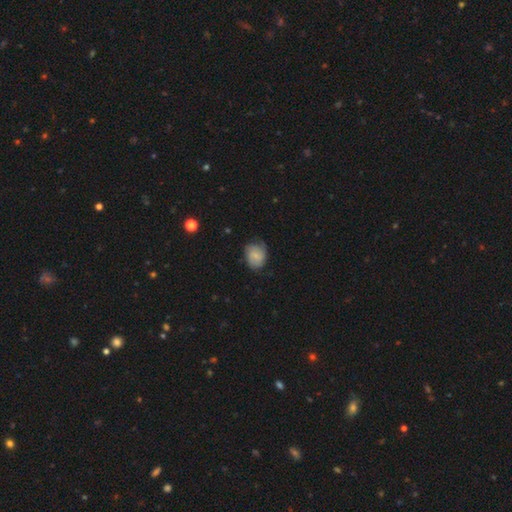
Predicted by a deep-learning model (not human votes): This appears to be a smooth galaxy with no disk features (50%) that is round (51%). Merging: none (60%).